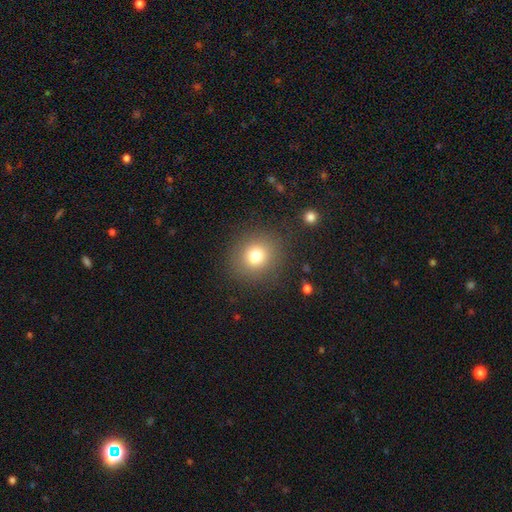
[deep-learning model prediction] Smooth or featured: smooth — 78% (star or artifact — 13%)
How rounded: round — 86% (in between — 13%)
Merging: none — 86% (minor disturbance — 8%)